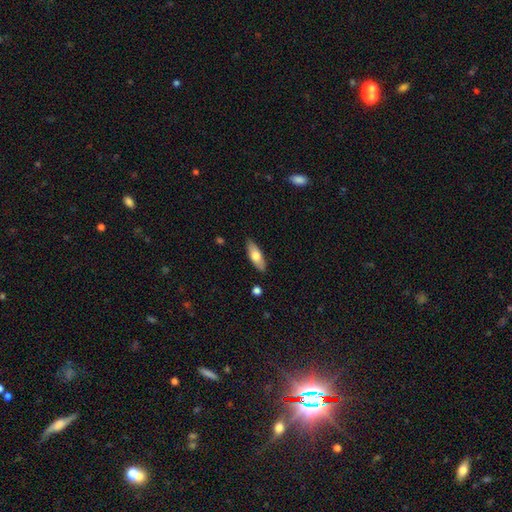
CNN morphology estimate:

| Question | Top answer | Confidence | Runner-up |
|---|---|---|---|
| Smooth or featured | smooth | 67% | featured or disk (27%) |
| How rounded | in between | 65% | cigar-shaped (32%) |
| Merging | none | 87% | minor disturbance (10%) |